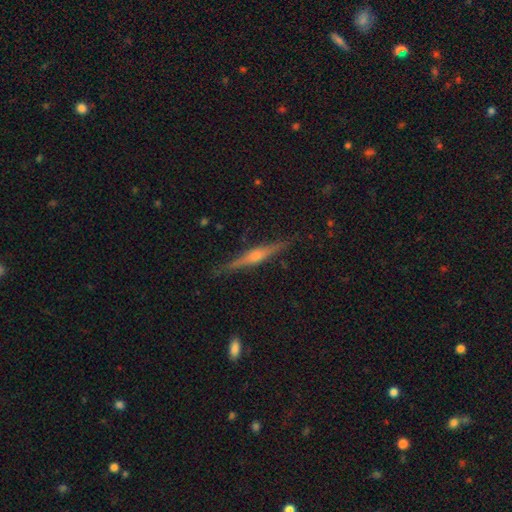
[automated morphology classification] Overall: featured or disk (76%). Edge-on disk: yes (98%). Edge-on bulge: rounded (81%). Merging: none (88%).